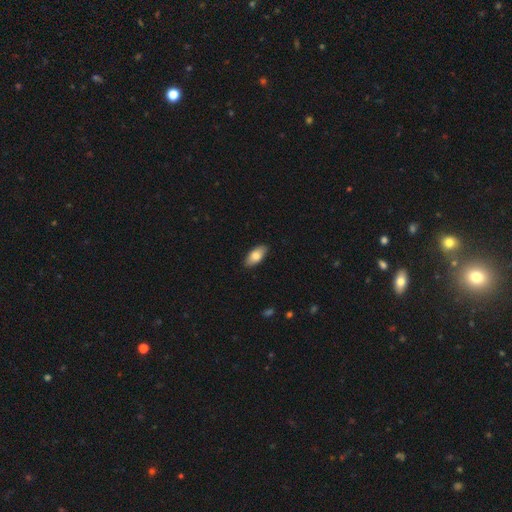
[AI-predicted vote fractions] Smooth or featured?
  - smooth: 81% *
  - featured or disk: 13%
  - star or artifact: 6%
How rounded?
  - in between: 90% *
  - cigar-shaped: 8%
  - round: 2%
Merging?
  - none: 89% *
  - minor disturbance: 9%
  - major disturbance: 2%
  - merger: 1%